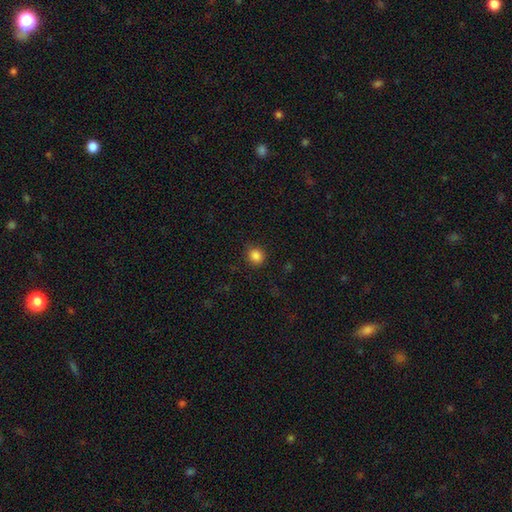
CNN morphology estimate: Overall: smooth (86%). How rounded: round (87%). Merging: none (87%).